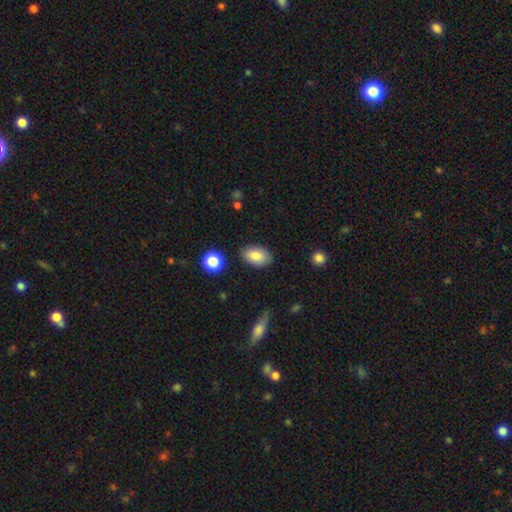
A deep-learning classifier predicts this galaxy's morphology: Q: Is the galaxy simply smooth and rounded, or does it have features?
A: smooth — 82%.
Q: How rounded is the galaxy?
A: in between — 91%.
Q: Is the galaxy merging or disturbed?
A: none — 82%.